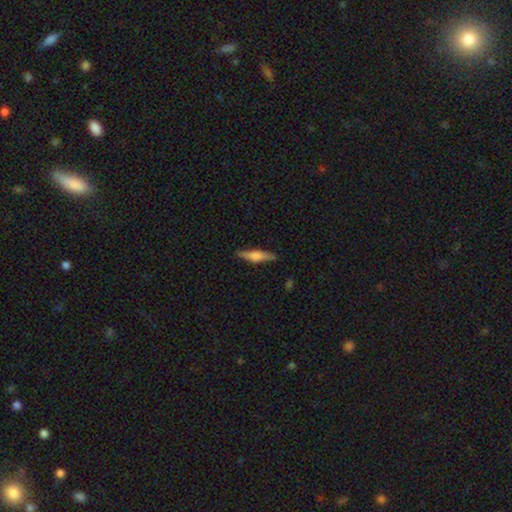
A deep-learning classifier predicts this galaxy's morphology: Smooth or featured? smooth (48%)
Merging? none (86%)